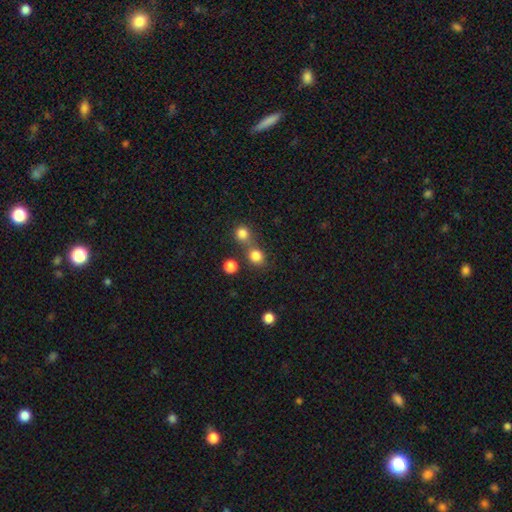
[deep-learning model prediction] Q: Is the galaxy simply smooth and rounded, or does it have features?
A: smooth — 81%.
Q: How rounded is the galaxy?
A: round — 82%.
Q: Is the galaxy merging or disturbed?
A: none — 58%.